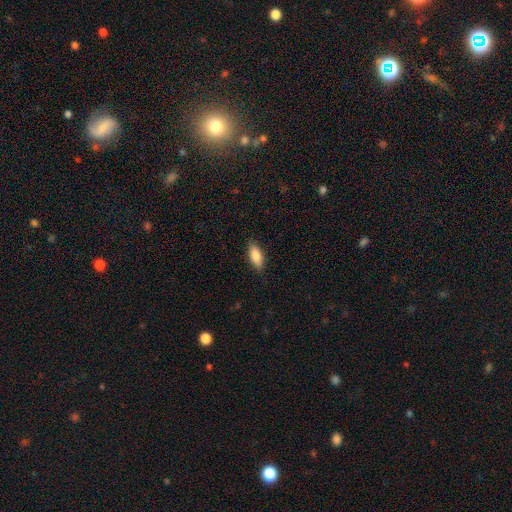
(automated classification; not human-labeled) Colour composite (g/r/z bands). It shows a smooth galaxy with no disk features (81%) that is in between round and cigar-shaped (74%). Merging: none (85%).